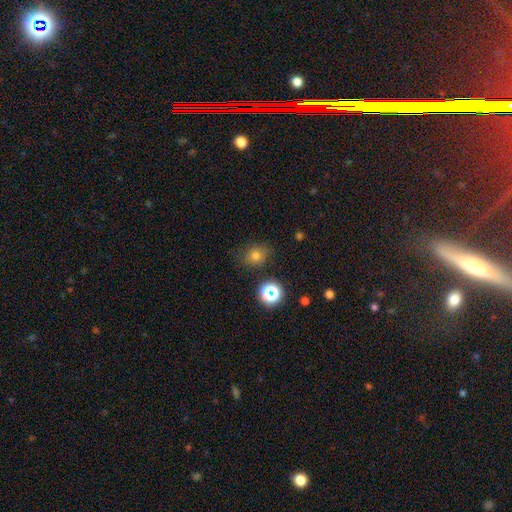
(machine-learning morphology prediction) Overall: smooth (71%). How rounded: round (63%; in between 36%). Merging: none (79%).